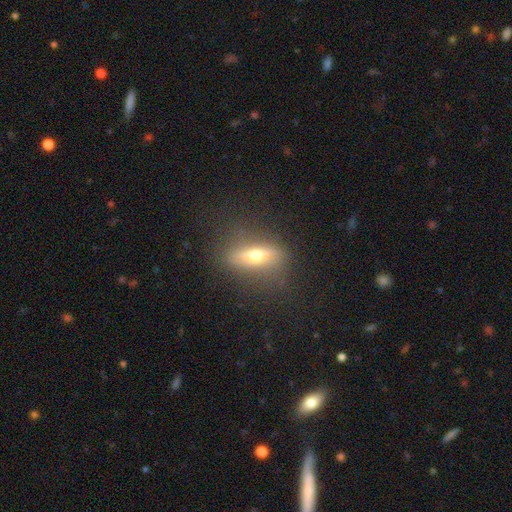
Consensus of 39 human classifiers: Smooth or featured? 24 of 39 (62%) said featured or disk. Edge-on disk? 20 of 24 (83%) said yes. Edge-on bulge? 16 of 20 (80%) said rounded. Merging? 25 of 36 (69%) said none.